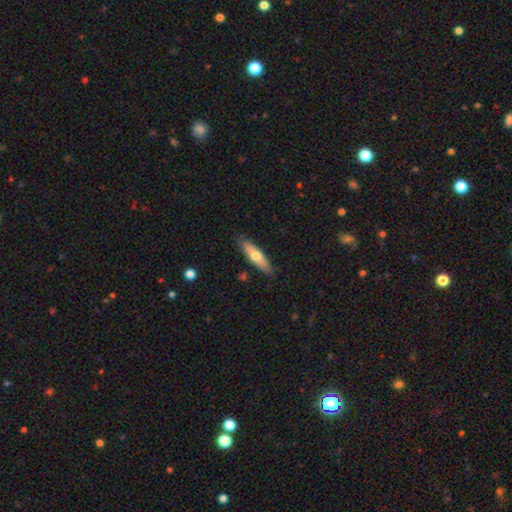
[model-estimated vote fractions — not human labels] smooth 57%, featured or disk 37%, star or artifact 5%. Down the decision tree: how rounded — cigar-shaped (61%); merging — none (84%).